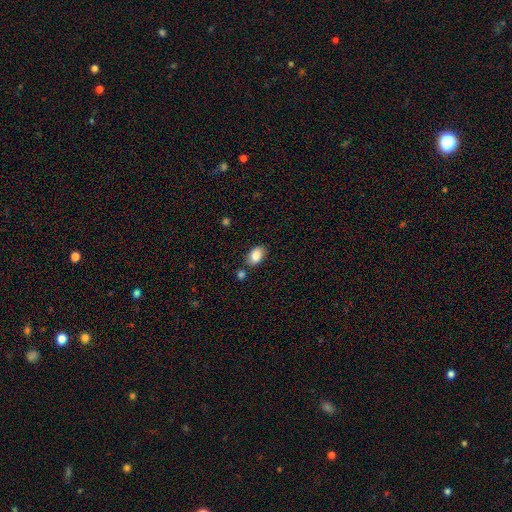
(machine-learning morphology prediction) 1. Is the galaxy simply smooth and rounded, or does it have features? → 86% smooth, 7% star or artifact, 6% featured or disk.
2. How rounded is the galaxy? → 90% in between, 9% round, 2% cigar-shaped.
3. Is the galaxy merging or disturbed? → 75% none, 14% minor disturbance, 7% merger, 3% major disturbance.